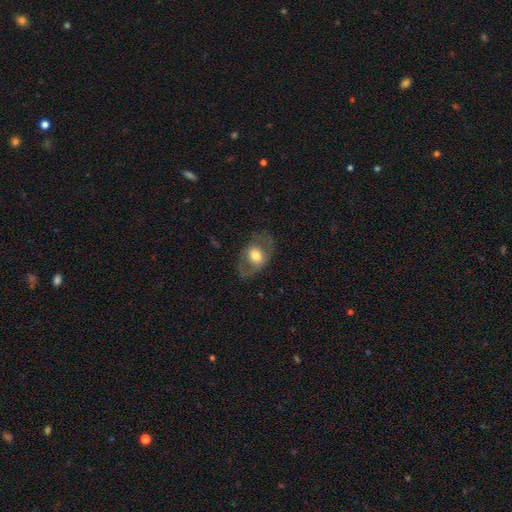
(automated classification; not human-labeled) Smooth or featured?
  - featured or disk: 47% *
  - smooth: 46%
  - star or artifact: 7%
Merging?
  - none: 68% *
  - minor disturbance: 17%
  - major disturbance: 14%
  - merger: 1%